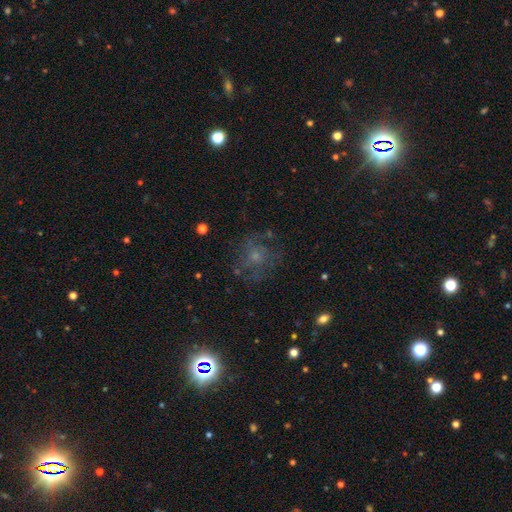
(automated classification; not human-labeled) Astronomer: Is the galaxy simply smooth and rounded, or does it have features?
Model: featured or disk — 42% (runner-up: smooth, 38%).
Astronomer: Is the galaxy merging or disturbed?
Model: none — 63%.